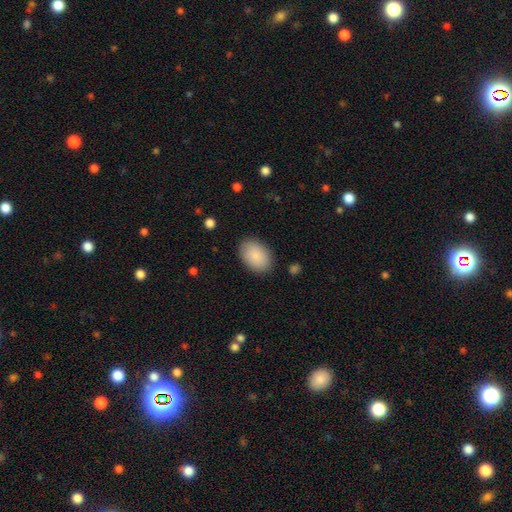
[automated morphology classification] Smooth or featured?
  - smooth: 89% *
  - star or artifact: 6%
  - featured or disk: 5%
How rounded?
  - in between: 86% *
  - round: 13%
  - cigar-shaped: 1%
Merging?
  - none: 87% *
  - minor disturbance: 9%
  - major disturbance: 2%
  - merger: 1%